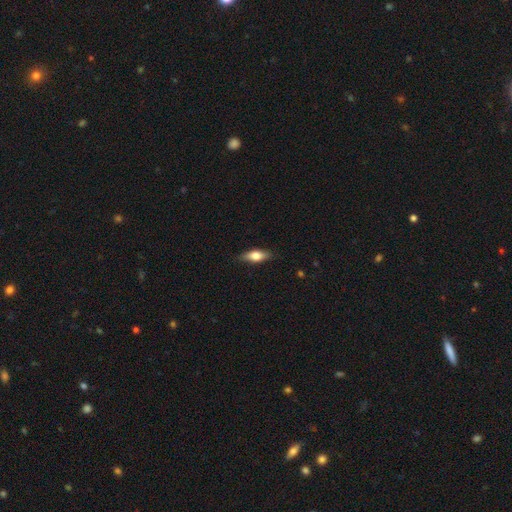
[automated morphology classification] Smooth or featured: smooth — 67% (featured or disk — 26%)
How rounded: in between — 70% (cigar-shaped — 27%)
Merging: none — 84% (minor disturbance — 13%)